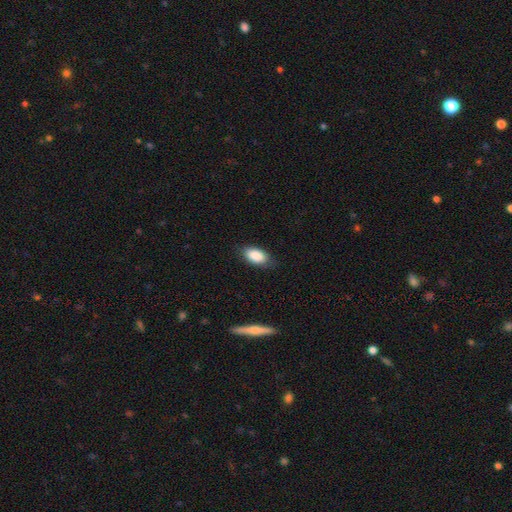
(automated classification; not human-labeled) This is clearly a smooth galaxy (87%). How rounded: clearly in between (92%). Merging: likely none (80%).